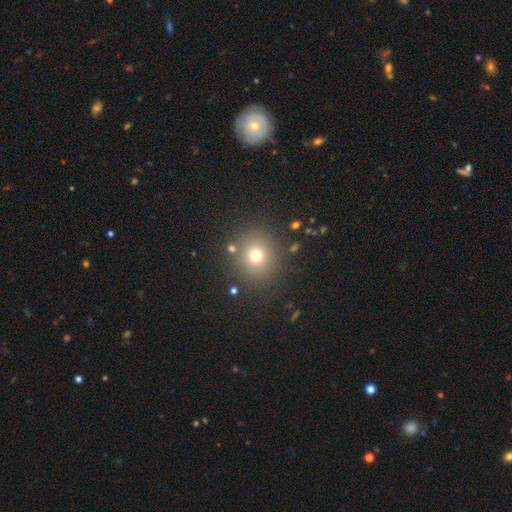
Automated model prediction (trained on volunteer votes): The model was most divided on "smooth or featured": smooth: 71%, star or artifact: 18%, featured or disk: 10%. More confident: how rounded — round (90%); merging — none (84%).